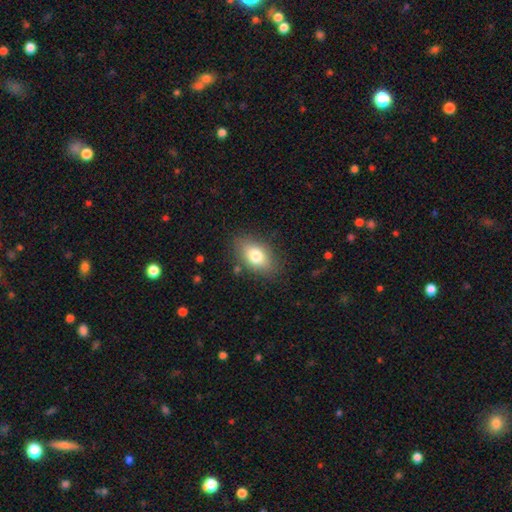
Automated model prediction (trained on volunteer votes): smooth_or_featured: smooth (p=0.77) [alt: featured or disk p=0.14]
how_rounded: in between (p=0.87) [alt: round p=0.10]
merging: none (p=0.83) [alt: minor disturbance p=0.12]